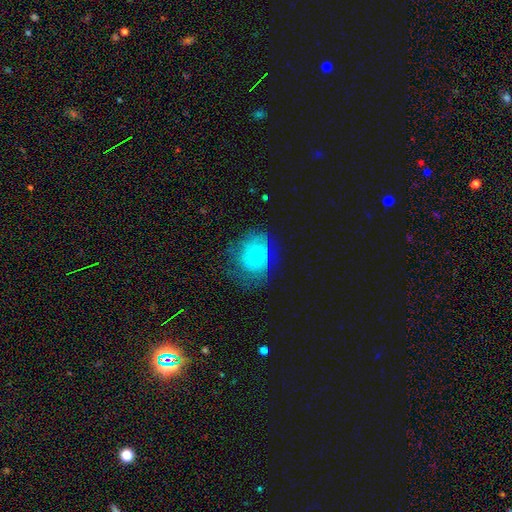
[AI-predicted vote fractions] Overall: smooth (49%; featured or disk 41%). Merging: none (44%; minor disturbance 29%).